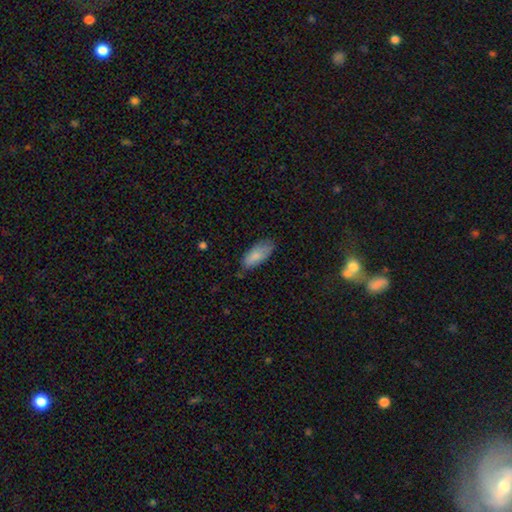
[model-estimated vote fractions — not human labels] Overall: smooth (82%). How rounded: in between (87%). Merging: none (69%).